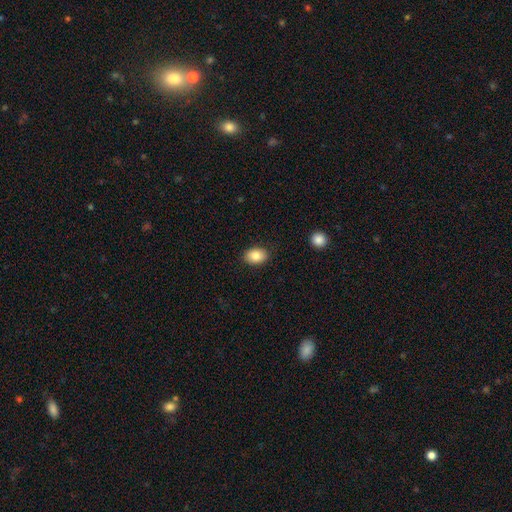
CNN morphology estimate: Smooth or featured?
  - smooth: 85% *
  - star or artifact: 8%
  - featured or disk: 7%
How rounded?
  - in between: 81% *
  - round: 18%
  - cigar-shaped: 1%
Merging?
  - none: 87% *
  - minor disturbance: 10%
  - major disturbance: 2%
  - merger: 1%